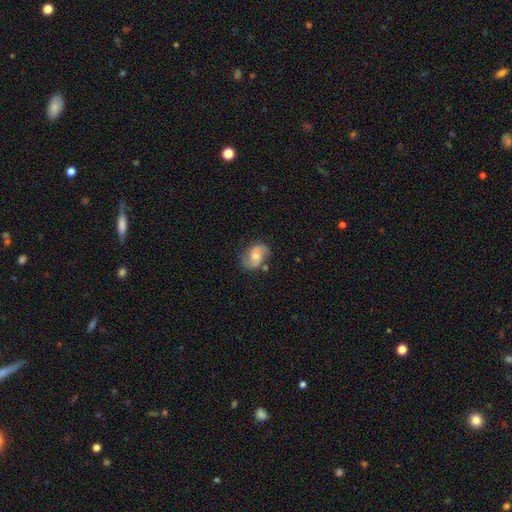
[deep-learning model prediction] featured or disk 63%, smooth 30%, star or artifact 7%. Down the decision tree: edge-on disk — no (97%); bar — no (54%); spiral arms — yes (91%); spiral arm count — 2 (89%); spiral winding — loose (45%); bulge size — moderate (57%); merging — none (73%).